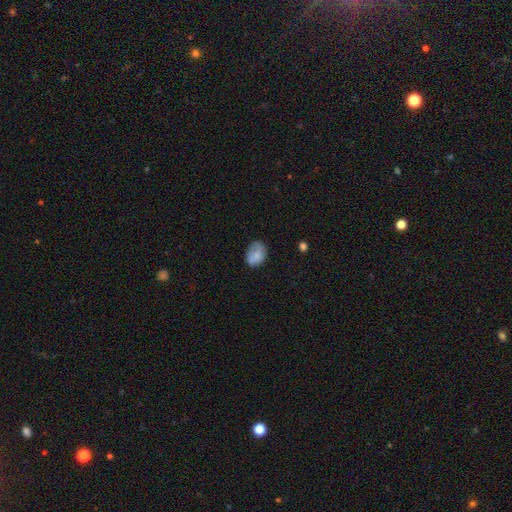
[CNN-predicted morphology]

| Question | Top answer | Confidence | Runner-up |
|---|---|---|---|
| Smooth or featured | smooth | 82% | featured or disk (10%) |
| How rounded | in between | 75% | round (24%) |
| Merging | none | 66% | minor disturbance (26%) |